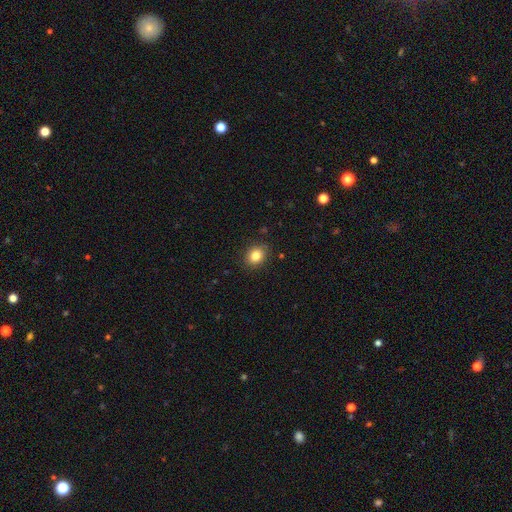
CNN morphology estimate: Smooth or featured: smooth — 83% (star or artifact — 10%)
How rounded: round — 62% (in between — 37%)
Merging: none — 87% (minor disturbance — 9%)